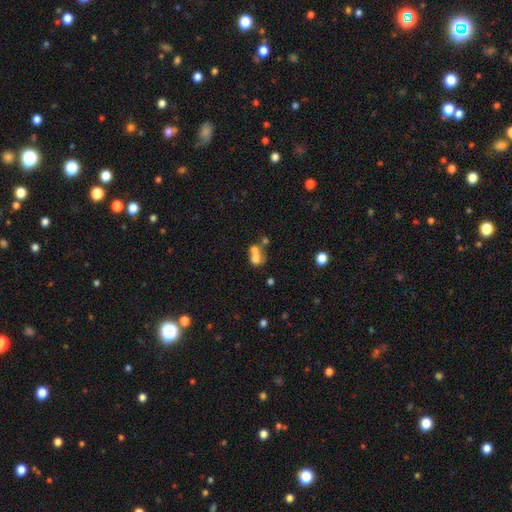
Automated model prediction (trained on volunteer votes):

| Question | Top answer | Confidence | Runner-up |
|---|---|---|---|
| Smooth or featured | smooth | 62% | featured or disk (24%) |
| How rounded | in between | 61% | round (35%) |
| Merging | merger | 59% | none (19%) |